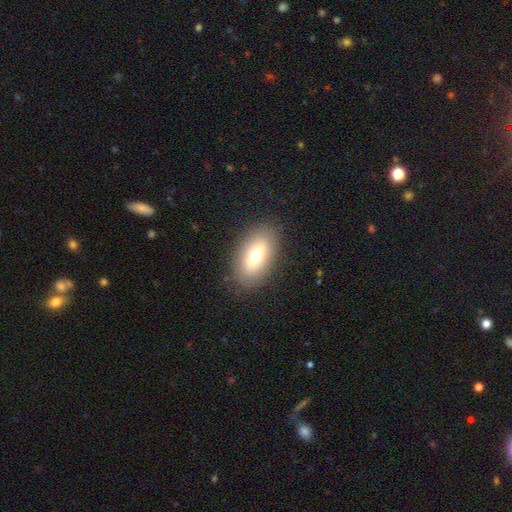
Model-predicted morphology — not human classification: smooth 70%, featured or disk 21%, star or artifact 9%. Down the decision tree: how rounded — in between (91%); merging — none (86%).